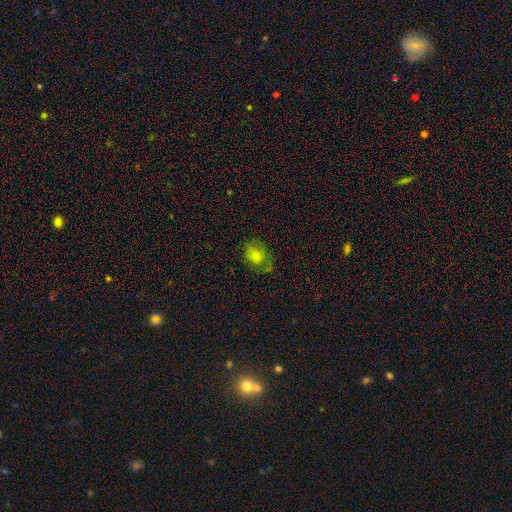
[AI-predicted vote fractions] Overall: smooth (72%). How rounded: in between (64%; round 35%). Merging: none (55%; minor disturbance 27%).